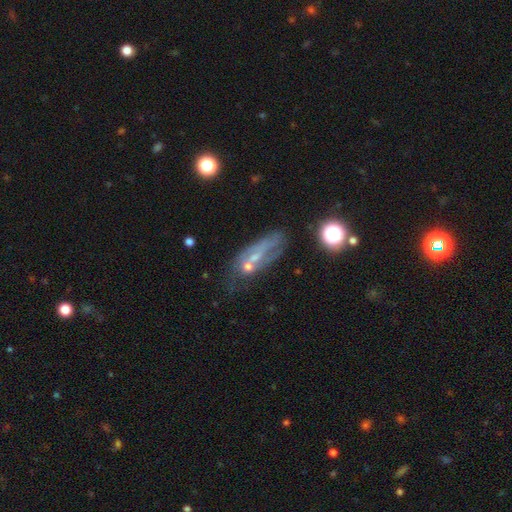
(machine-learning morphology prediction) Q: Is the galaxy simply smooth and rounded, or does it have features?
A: featured or disk — 52%.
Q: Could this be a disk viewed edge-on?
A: no — 76%.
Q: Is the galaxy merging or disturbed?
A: none — 45%.